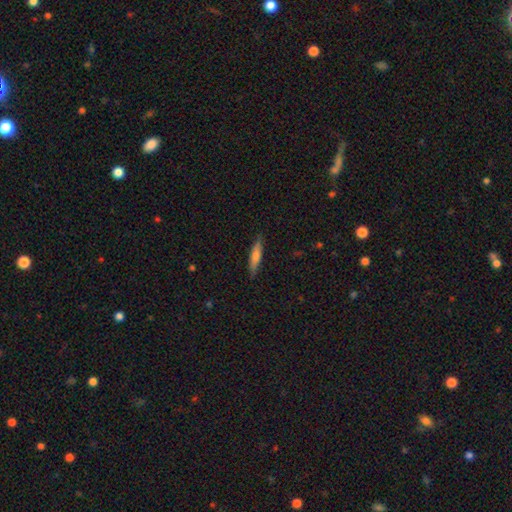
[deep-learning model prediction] Smooth or featured? smooth (62%)
How rounded? cigar-shaped (86%)
Merging? none (88%)